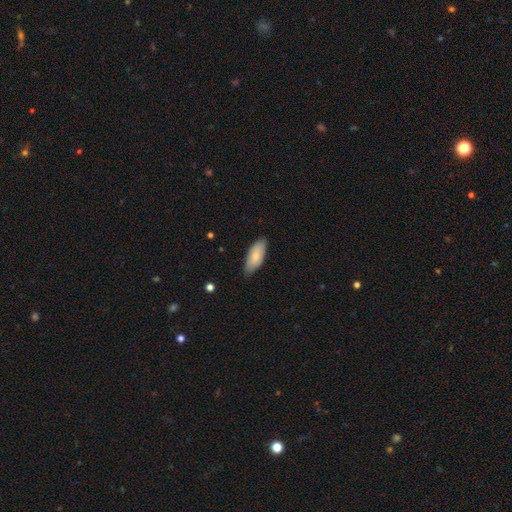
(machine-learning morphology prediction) Q: Smooth or featured?
A: smooth (79%); runner-up: featured or disk (16%)
Q: How rounded?
A: in between (84%); runner-up: cigar-shaped (15%)
Q: Merging?
A: none (80%); runner-up: minor disturbance (17%)